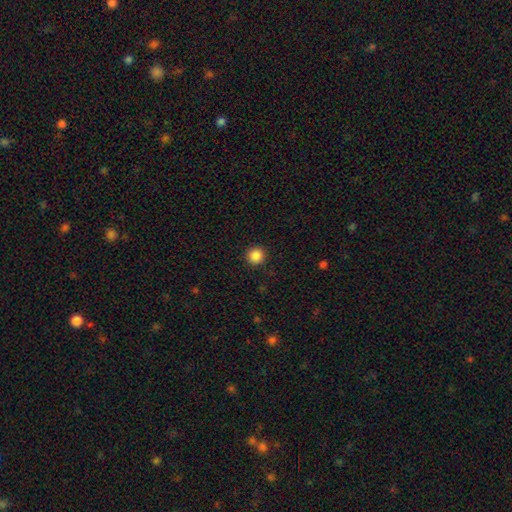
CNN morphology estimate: Smooth or featured: smooth — 87% (star or artifact — 10%)
How rounded: round — 95% (in between — 4%)
Merging: none — 92% (minor disturbance — 5%)